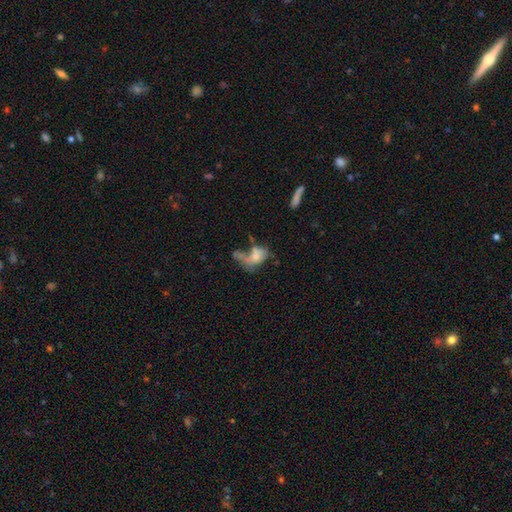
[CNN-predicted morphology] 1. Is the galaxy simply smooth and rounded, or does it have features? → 56% smooth, 33% featured or disk, 11% star or artifact.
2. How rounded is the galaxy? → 82% in between, 15% round, 3% cigar-shaped.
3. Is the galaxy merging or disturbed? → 33% merger, 32% major disturbance, 20% none, 15% minor disturbance.